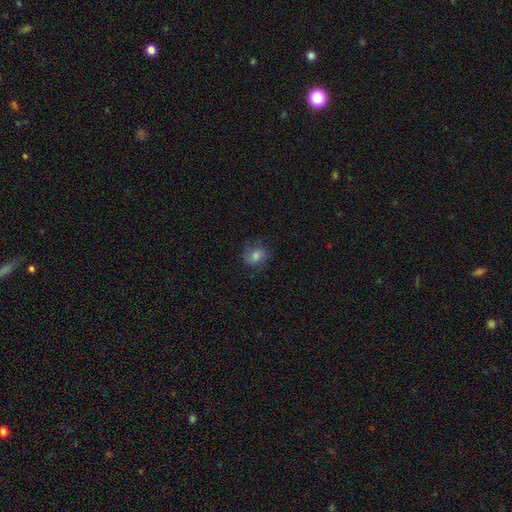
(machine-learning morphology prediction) smooth-or-featured: smooth: 46% | featured or disk: 36% | star or artifact: 18%
  merging: none: 77% | minor disturbance: 16% | major disturbance: 7% | merger: 1%